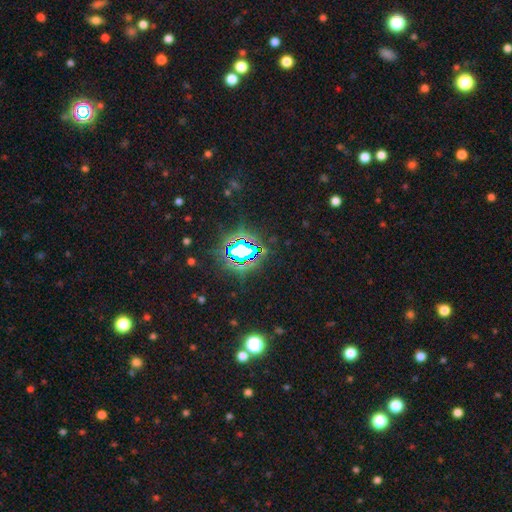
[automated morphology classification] type=star or artifact (78%).